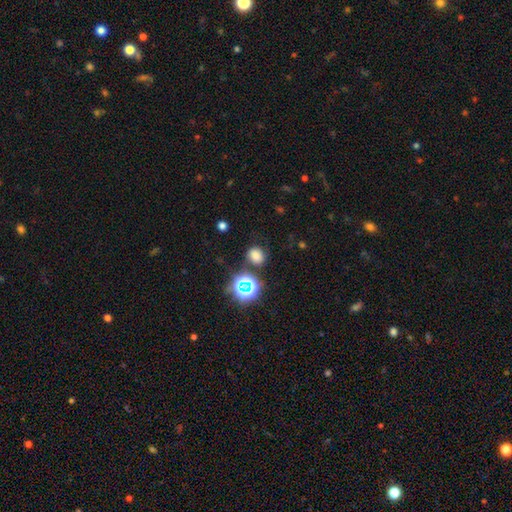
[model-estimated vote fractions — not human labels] Smooth or featured? Predicted: smooth (p=0.67). How rounded? Predicted: round (p=0.62). Merging? Predicted: none (p=0.76).